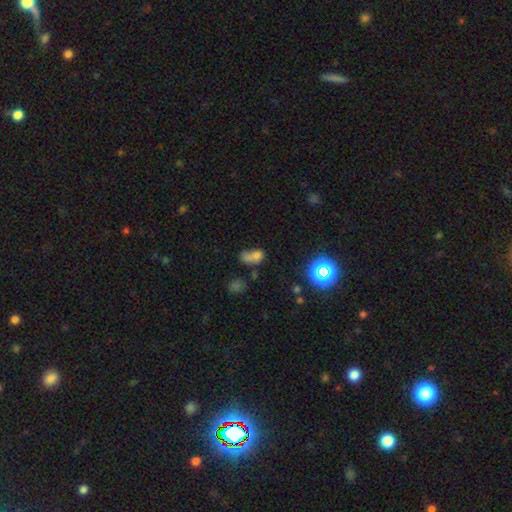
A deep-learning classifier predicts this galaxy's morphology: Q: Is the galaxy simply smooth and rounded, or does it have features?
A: smooth — 63%.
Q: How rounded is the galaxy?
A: in between — 61%.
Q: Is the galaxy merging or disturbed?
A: merger — 53%.